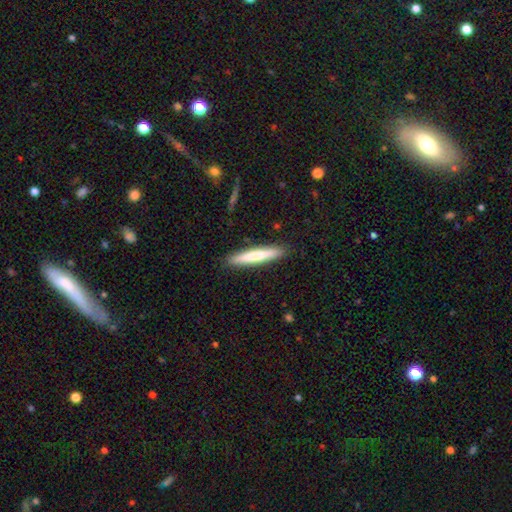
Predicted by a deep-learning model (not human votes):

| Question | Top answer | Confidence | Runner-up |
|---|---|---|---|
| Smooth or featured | smooth | 71% | featured or disk (23%) |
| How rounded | cigar-shaped | 93% | in between (6%) |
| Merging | none | 89% | minor disturbance (8%) |